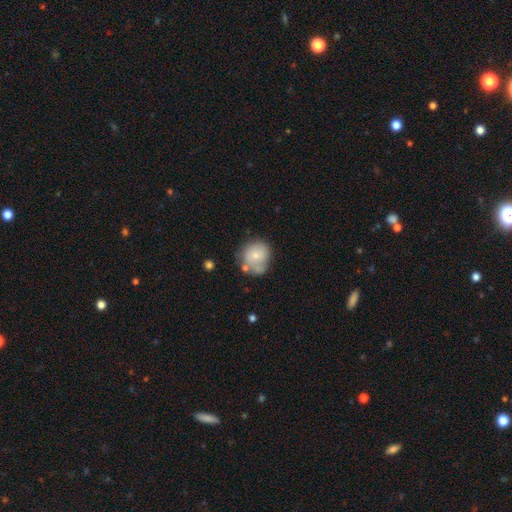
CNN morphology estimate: A smooth galaxy with no disk features (67%) that is round (79%). Merging: none (49%).